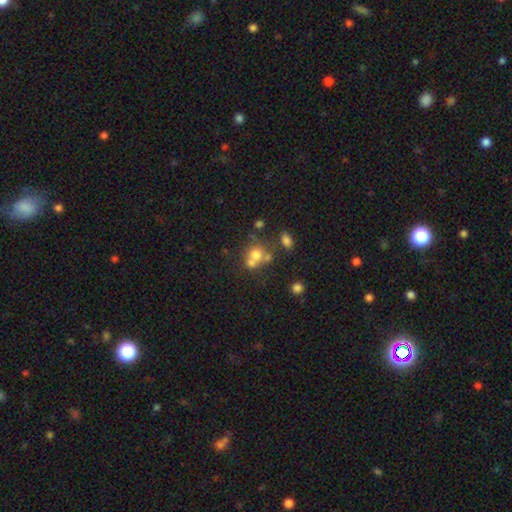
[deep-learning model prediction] This appears to be a smooth galaxy with no disk features (64%) that is round (74%). Merging: merger (48%).